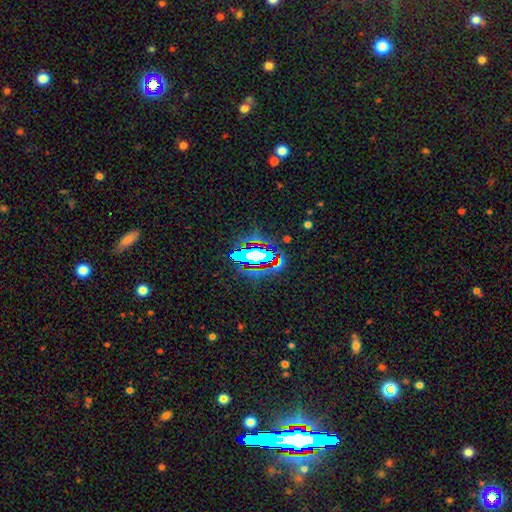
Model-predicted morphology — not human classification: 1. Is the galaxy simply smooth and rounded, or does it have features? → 52% star or artifact, 26% smooth, 22% featured or disk.